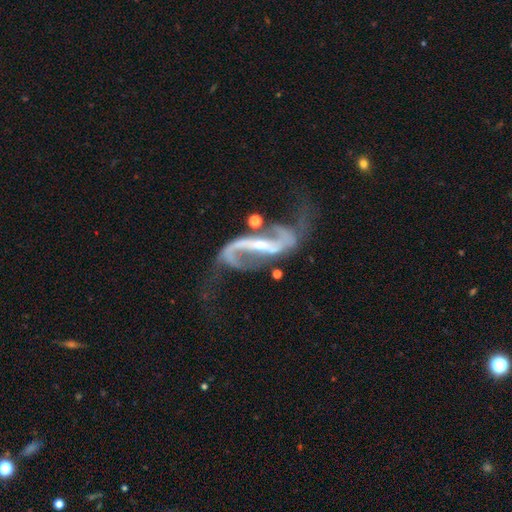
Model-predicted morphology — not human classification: Smooth or featured? featured or disk (91%)
Edge-on disk? no (91%)
Bar? strong (60%)
Spiral arms? yes (95%)
Spiral winding? loose (78%)
Spiral arm count? 2 (92%)
Bulge size? small (66%)
Merging? none (50%)